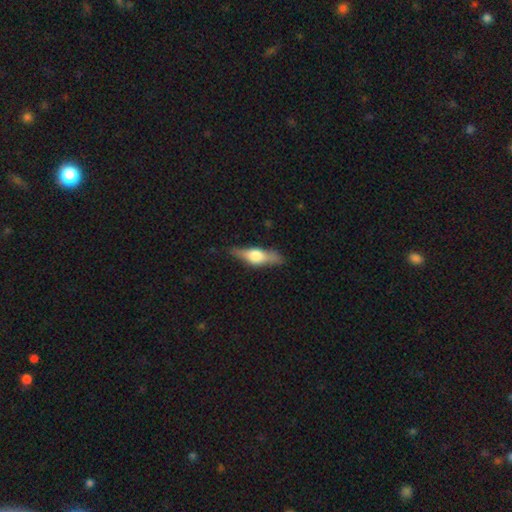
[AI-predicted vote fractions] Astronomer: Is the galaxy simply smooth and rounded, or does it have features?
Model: featured or disk — 58% (runner-up: smooth, 36%).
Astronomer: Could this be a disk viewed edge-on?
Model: yes — 94%.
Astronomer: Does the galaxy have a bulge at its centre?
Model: rounded — 90%.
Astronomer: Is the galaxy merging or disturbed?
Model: none — 82%.